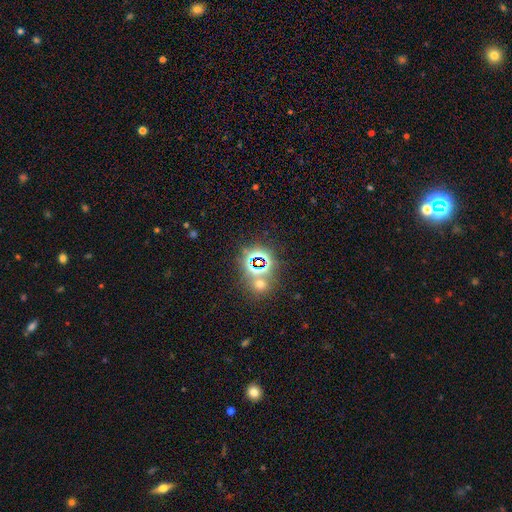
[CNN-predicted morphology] Q: Smooth or featured?
A: star or artifact (75%); runner-up: smooth (16%)